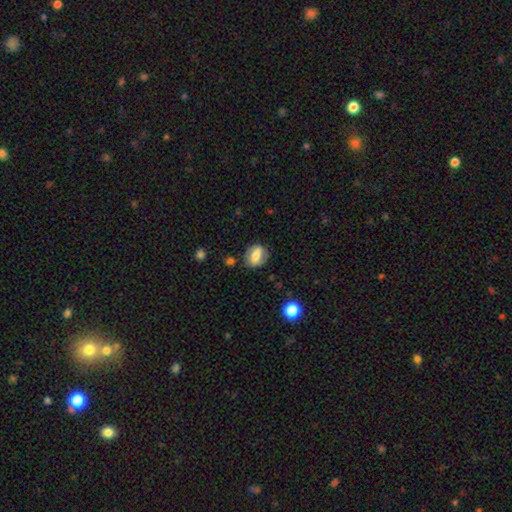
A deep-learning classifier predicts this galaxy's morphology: Overall: smooth (58%; featured or disk 34%). How rounded: in between (62%; round 35%). Merging: none (75%).